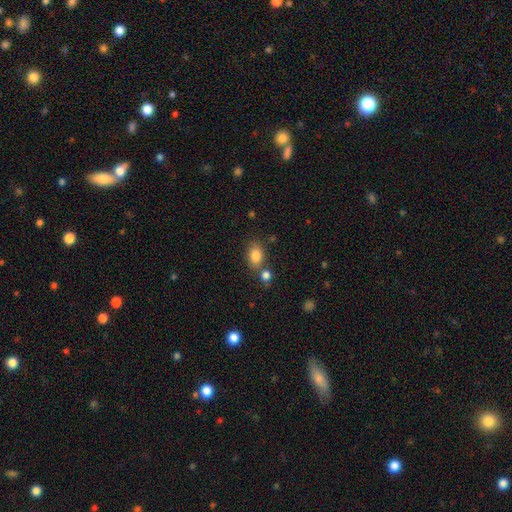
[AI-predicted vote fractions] Smooth or featured: smooth — 83% (star or artifact — 10%)
How rounded: in between — 76% (round — 23%)
Merging: none — 65% (merger — 19%)